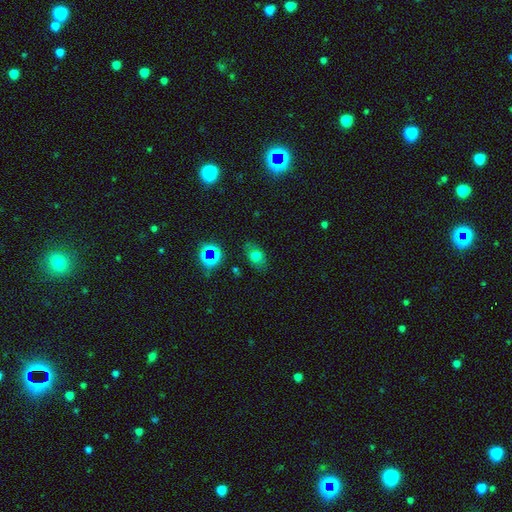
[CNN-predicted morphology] A smooth galaxy with no disk features (66%) that is in between round and cigar-shaped (74%).

Vote fractions:
- Smooth or featured? smooth: 66% / star or artifact: 20% / featured or disk: 14%
- How rounded? in between: 74% / round: 24% / cigar-shaped: 2%
- Merging? none: 77% / minor disturbance: 16% / major disturbance: 5% / merger: 3%